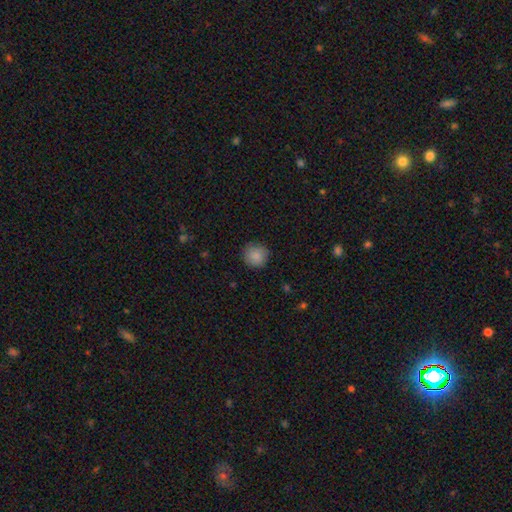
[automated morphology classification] A smooth galaxy with no disk features (88%) that is round (93%).

Vote fractions:
- Smooth or featured? smooth: 88% / star or artifact: 8% / featured or disk: 4%
- How rounded? round: 93% / in between: 6% / cigar-shaped: 1%
- Merging? none: 88% / minor disturbance: 9% / major disturbance: 2% / merger: 1%